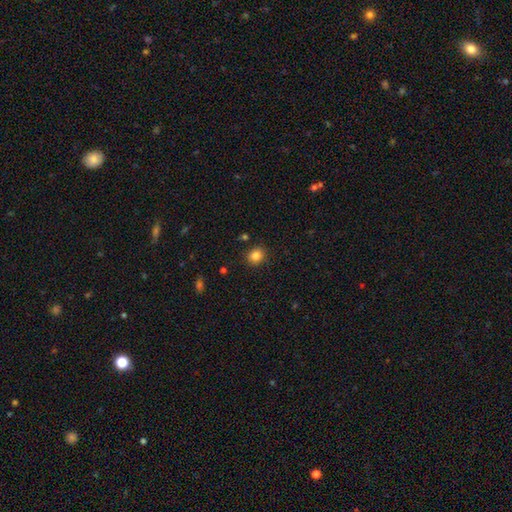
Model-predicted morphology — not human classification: A smooth galaxy with no disk features (84%) that is round (78%). Merging: none (88%).